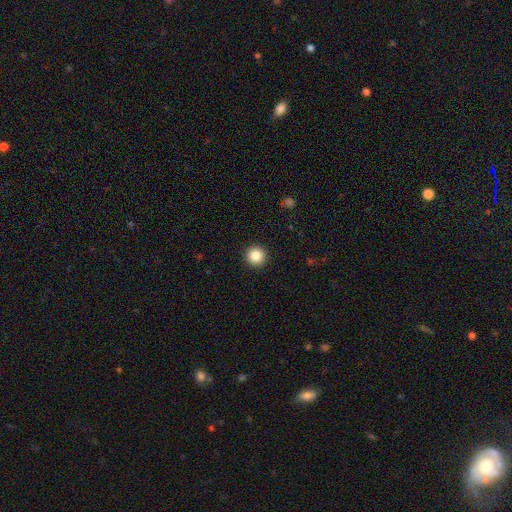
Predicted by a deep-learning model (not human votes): smooth-or-featured: smooth: 85% | star or artifact: 11% | featured or disk: 5%
  how-rounded: round: 96% | in between: 3% | cigar-shaped: 1%
  merging: none: 93% | minor disturbance: 4% | major disturbance: 2% | merger: 1%